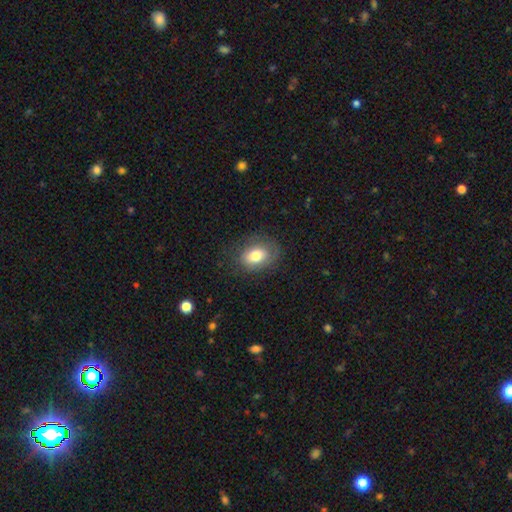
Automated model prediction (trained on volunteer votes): Smooth or featured? Predicted: smooth (p=0.70). How rounded? Predicted: in between (p=0.70). Merging? Predicted: none (p=0.72).